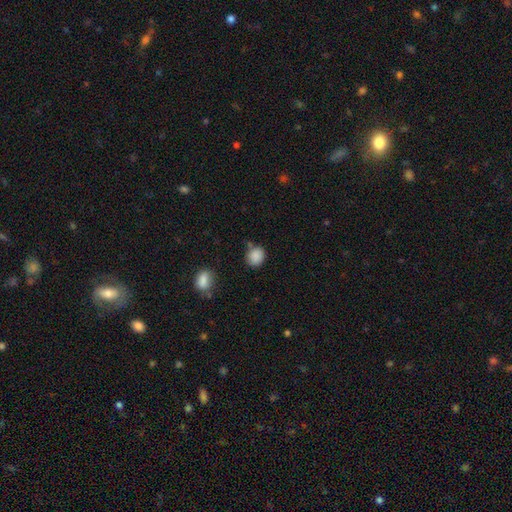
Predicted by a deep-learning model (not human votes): Overall: smooth (87%). How rounded: round (72%). Merging: none (70%).